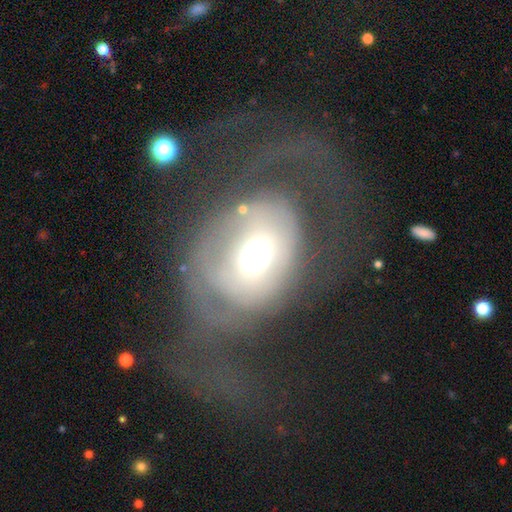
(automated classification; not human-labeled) smooth_or_featured: featured or disk (p=0.46) [alt: smooth p=0.41]
merging: major disturbance (p=0.53) [alt: none p=0.26]